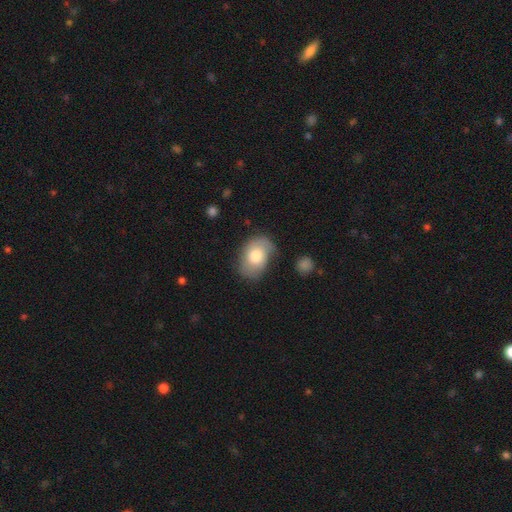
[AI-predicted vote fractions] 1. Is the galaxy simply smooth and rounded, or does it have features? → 61% smooth, 32% featured or disk, 7% star or artifact.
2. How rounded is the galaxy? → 81% in between, 18% round, 1% cigar-shaped.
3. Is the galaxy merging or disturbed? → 58% none, 27% minor disturbance, 11% major disturbance, 4% merger.